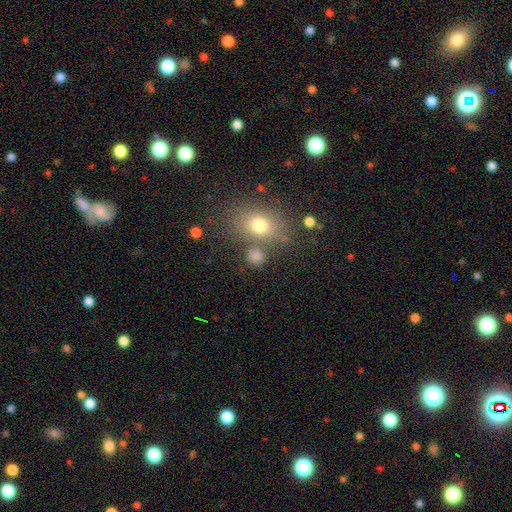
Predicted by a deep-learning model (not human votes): Morphology: type=smooth (77%); roundness=round (68%); merging=none (70%).